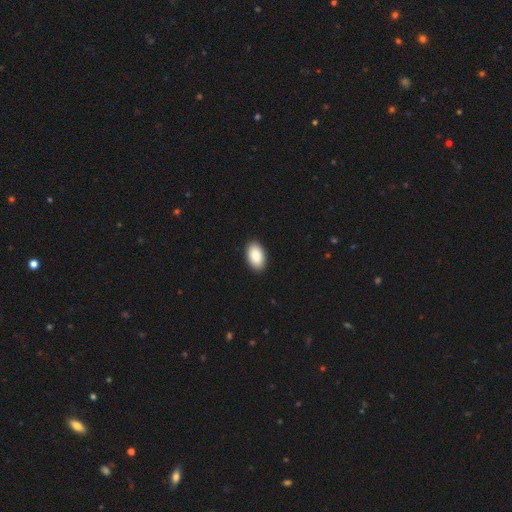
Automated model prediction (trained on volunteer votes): Smooth or featured: smooth — 91% (star or artifact — 6%)
How rounded: in between — 95% (round — 4%)
Merging: none — 91% (minor disturbance — 6%)